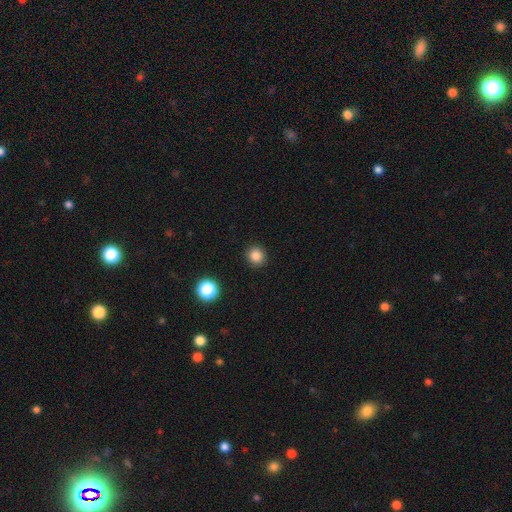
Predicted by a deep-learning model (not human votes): Overall: smooth (84%). How rounded: round (90%). Merging: none (92%).